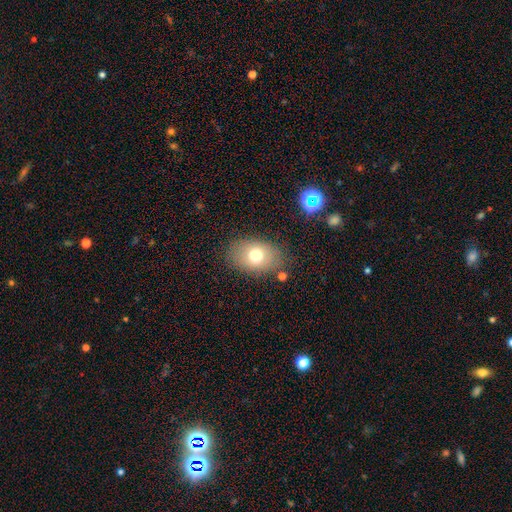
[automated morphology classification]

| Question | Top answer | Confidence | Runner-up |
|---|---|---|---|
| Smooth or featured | smooth | 72% | featured or disk (18%) |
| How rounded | in between | 79% | round (20%) |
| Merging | none | 81% | minor disturbance (13%) |